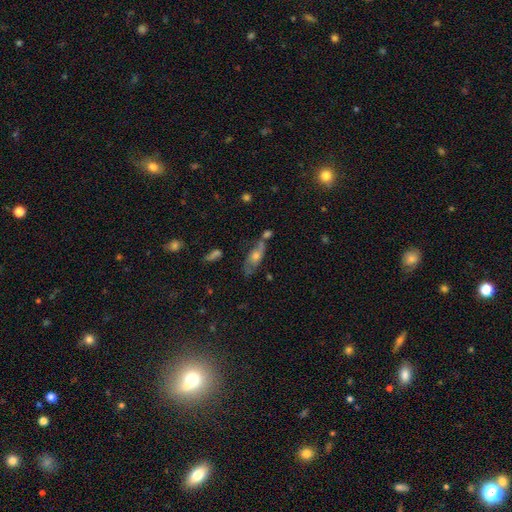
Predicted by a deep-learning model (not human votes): featured or disk 53%, smooth 33%, star or artifact 14%. Down the decision tree: edge-on disk — no (69%); merging — none (57%).